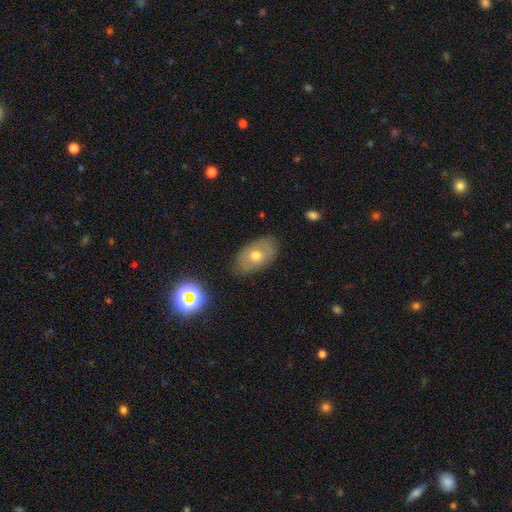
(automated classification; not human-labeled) Smooth or featured? smooth (54%)
How rounded? in between (86%)
Merging? none (80%)